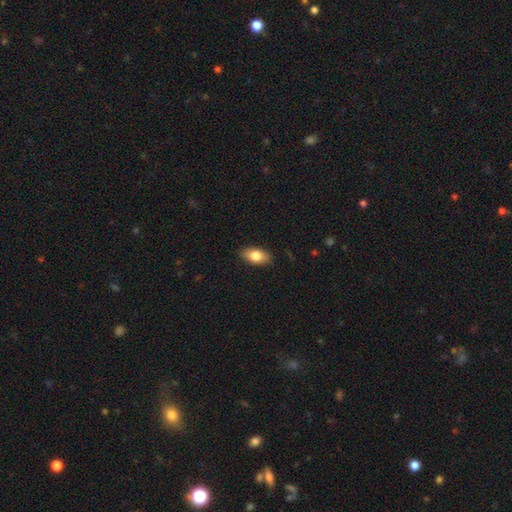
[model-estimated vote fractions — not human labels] This appears to be a smooth galaxy with no disk features (80%) that is in between round and cigar-shaped (90%). Merging: none (87%).